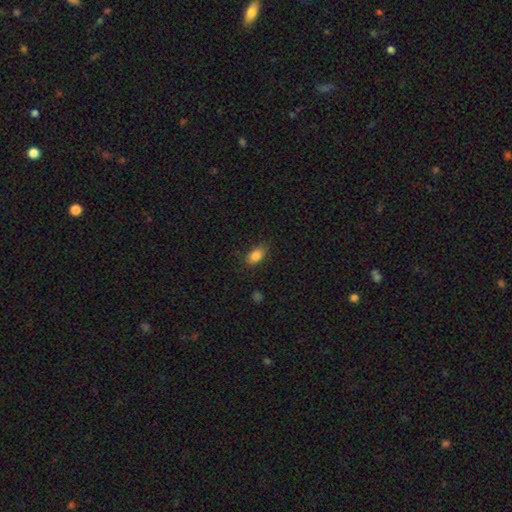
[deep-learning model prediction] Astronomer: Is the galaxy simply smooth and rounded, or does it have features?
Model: smooth — 85%.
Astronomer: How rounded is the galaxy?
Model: in between — 87%.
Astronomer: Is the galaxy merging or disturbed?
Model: none — 79%.